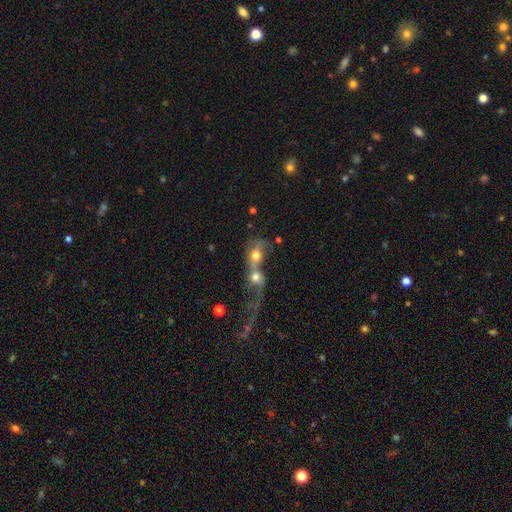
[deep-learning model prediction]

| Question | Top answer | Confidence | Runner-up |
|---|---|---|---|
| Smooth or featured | smooth | 57% | featured or disk (31%) |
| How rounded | round | 54% | in between (43%) |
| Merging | merger | 80% | major disturbance (9%) |